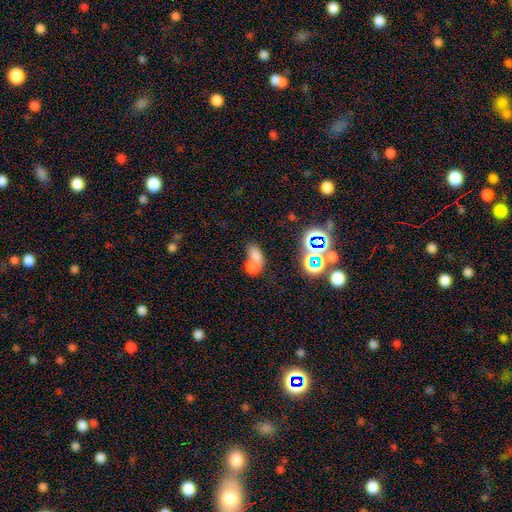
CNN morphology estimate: A smooth galaxy with no disk features (65%) that is in between round and cigar-shaped (63%). Merging: merger (60%).